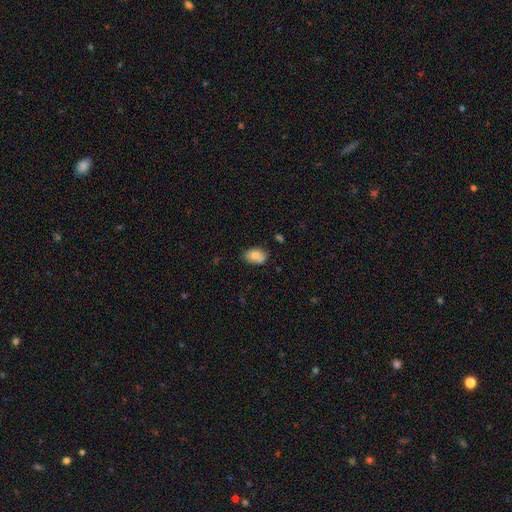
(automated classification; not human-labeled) Smooth or featured? Predicted: smooth (p=0.79). How rounded? Predicted: in between (p=0.84). Merging? Predicted: none (p=0.62).